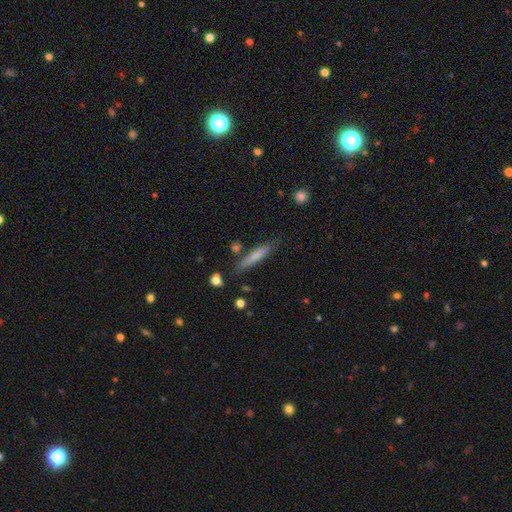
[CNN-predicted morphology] Smooth or featured? smooth (69%)
How rounded? cigar-shaped (91%)
Merging? none (80%)